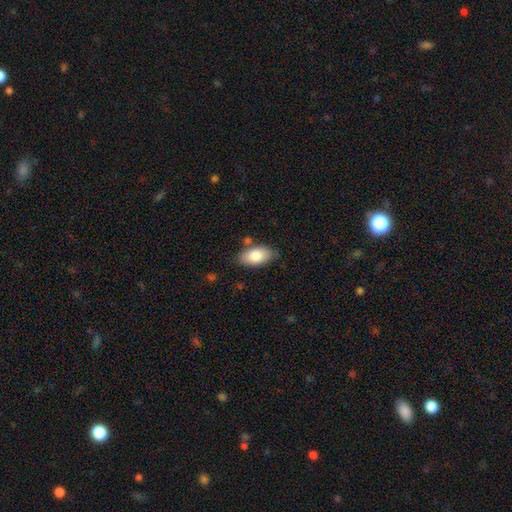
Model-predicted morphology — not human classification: Smooth or featured? smooth (82%)
How rounded? in between (93%)
Merging? none (77%)